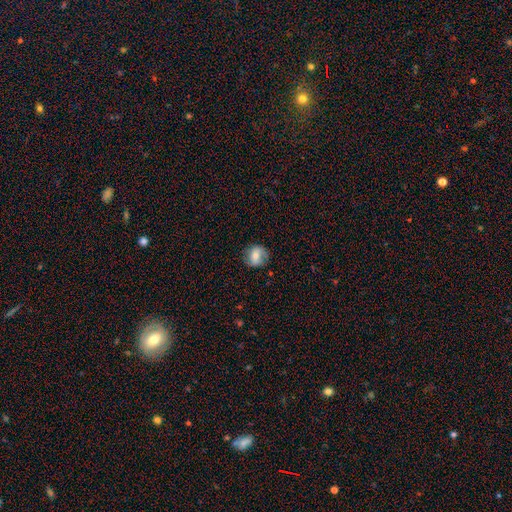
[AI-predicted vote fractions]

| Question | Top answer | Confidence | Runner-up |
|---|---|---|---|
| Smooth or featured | smooth | 58% | featured or disk (34%) |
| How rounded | round | 79% | in between (20%) |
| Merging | none | 76% | minor disturbance (17%) |